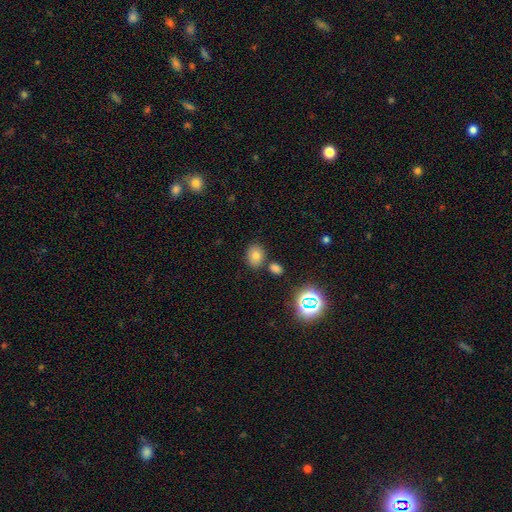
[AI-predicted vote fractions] A smooth galaxy with no disk features (74%) that is in between round and cigar-shaped (55%). Merging: none (74%).